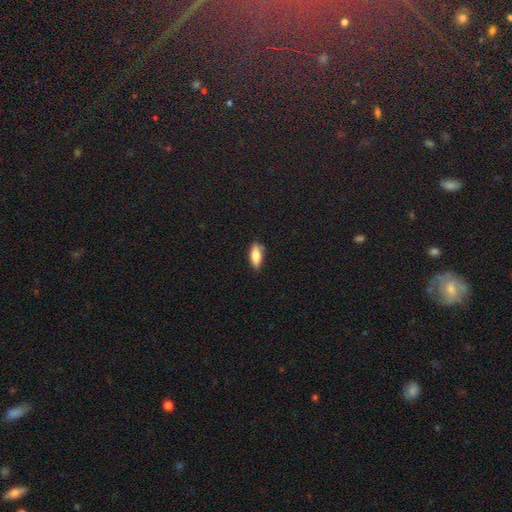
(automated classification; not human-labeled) Morphology: type=smooth (79%); roundness=in between (71%); merging=none (78%).